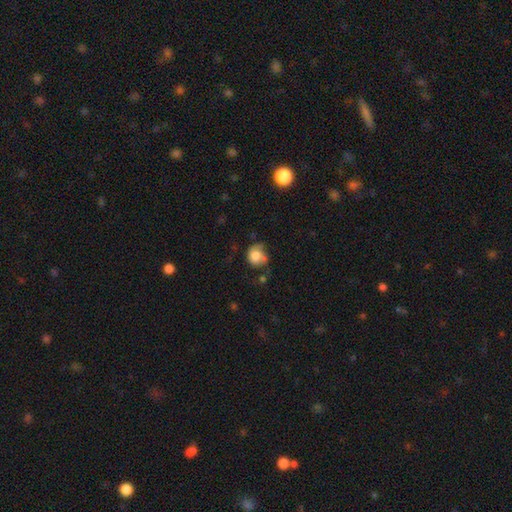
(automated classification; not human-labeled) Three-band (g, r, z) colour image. It shows a smooth galaxy with no disk features (71%) that is round (71%). Merging: none (43%).